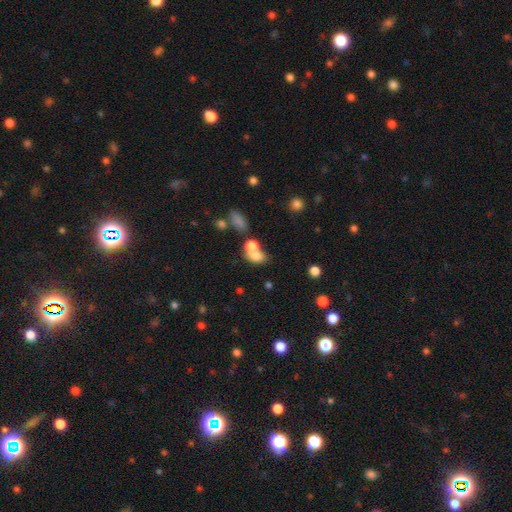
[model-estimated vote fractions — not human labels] The model was most divided on "how rounded": in between: 58%, round: 40%, cigar-shaped: 2%. More confident: smooth or featured — smooth (73%); merging — merger (52%).